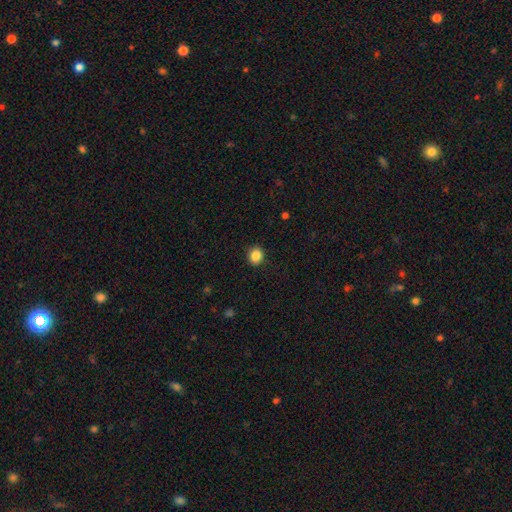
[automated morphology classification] This is clearly a smooth galaxy (86%). How rounded: clearly round (81%). Merging: clearly none (91%).